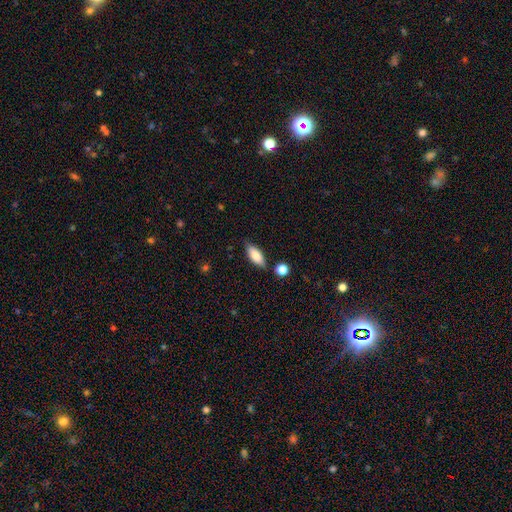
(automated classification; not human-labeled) A smooth galaxy with no disk features (77%) that is in between round and cigar-shaped (78%). Merging: none (79%).